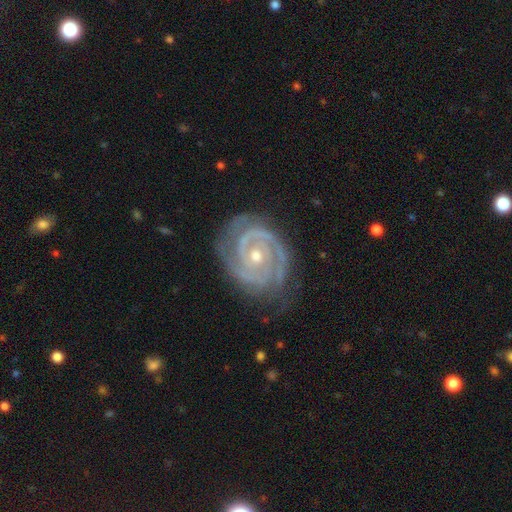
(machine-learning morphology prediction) Smooth or featured: featured or disk — 93% (star or artifact — 4%)
Edge-on disk: no — 98% (yes — 2%)
Bar: no — 70% (weak — 21%)
Spiral arms: yes — 98% (no — 2%)
Spiral winding: tight — 79% (medium — 18%)
Spiral arm count: 2 — 67% (3 — 17%)
Bulge size: moderate — 51% (small — 47%)
Merging: none — 77% (minor disturbance — 17%)